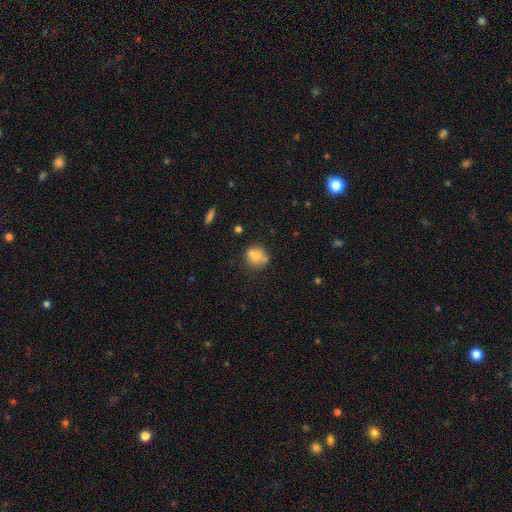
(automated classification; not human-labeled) Smooth or featured: smooth — 67% (featured or disk — 22%)
How rounded: round — 79% (in between — 20%)
Merging: none — 57% (merger — 22%)